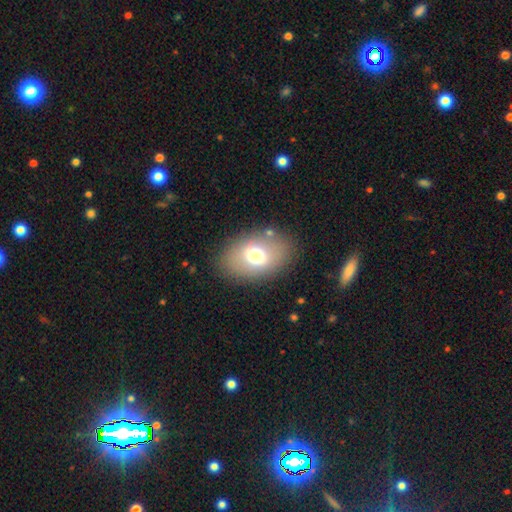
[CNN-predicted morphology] Smooth or featured? Predicted: smooth (p=0.65). How rounded? Predicted: in between (p=0.82). Merging? Predicted: none (p=0.81).